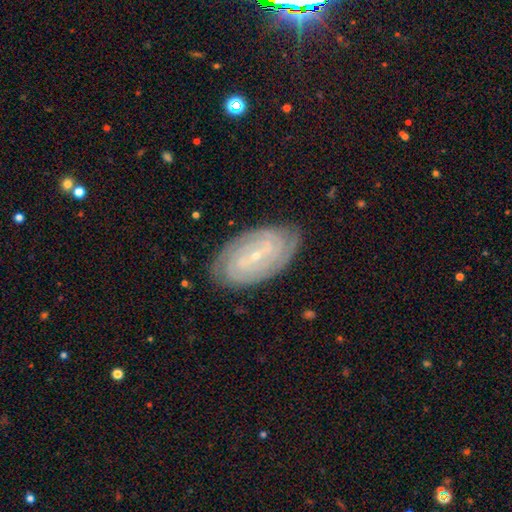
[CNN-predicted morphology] type=featured or disk (84%); edge-on=no (95%); bar=weak (42%); spiral arms=yes (96%); winding=tight (80%); arm count=can't tell (30%); bulge=small (84%); merging=none (83%).